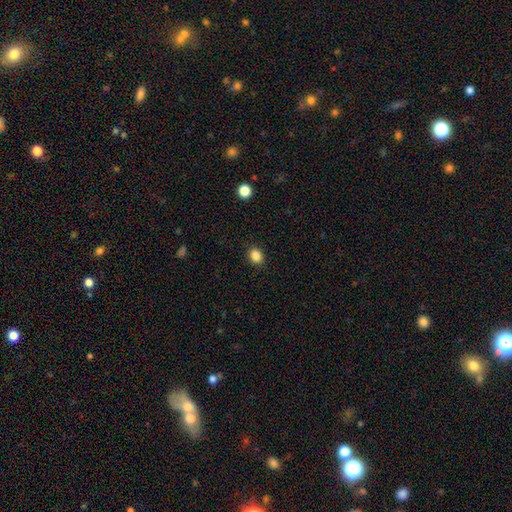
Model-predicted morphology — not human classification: Q: Smooth or featured?
A: smooth (86%); runner-up: star or artifact (10%)
Q: How rounded?
A: round (53%); runner-up: in between (46%)
Q: Merging?
A: none (91%); runner-up: minor disturbance (6%)